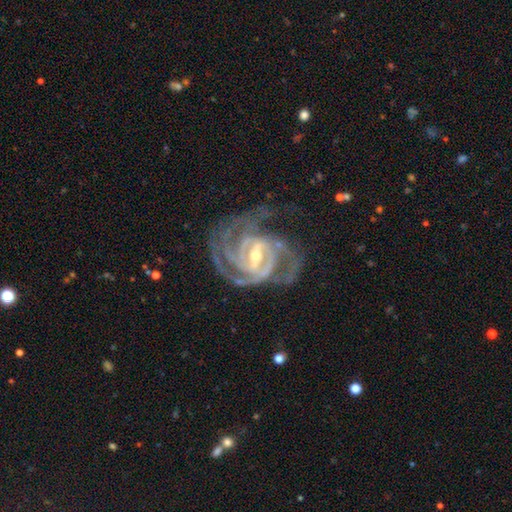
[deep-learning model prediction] The model was most divided on "bulge size": small: 51%, moderate: 45%, large: 2%, none: 1%, dominant: 1%. Remaining: spiral arms — yes (98%); edge-on disk — no (98%); smooth or featured — featured or disk (93%); merging — none (60%); spiral winding — tight (60%); bar — strong (51%); spiral arm count — 3 (38%).